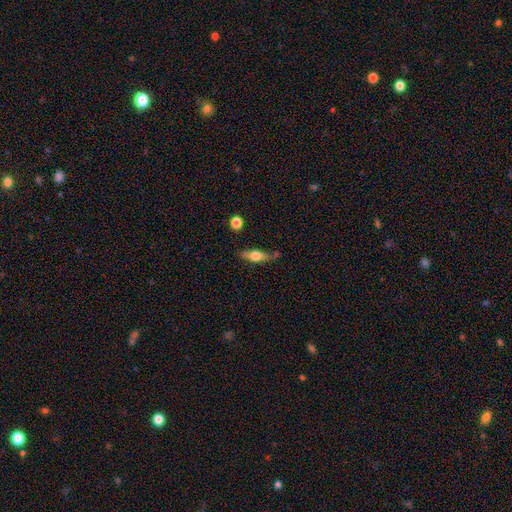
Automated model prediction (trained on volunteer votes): This appears to be a smooth galaxy with no disk features (53%) that is in between round and cigar-shaped (52%). Merging: none (68%).